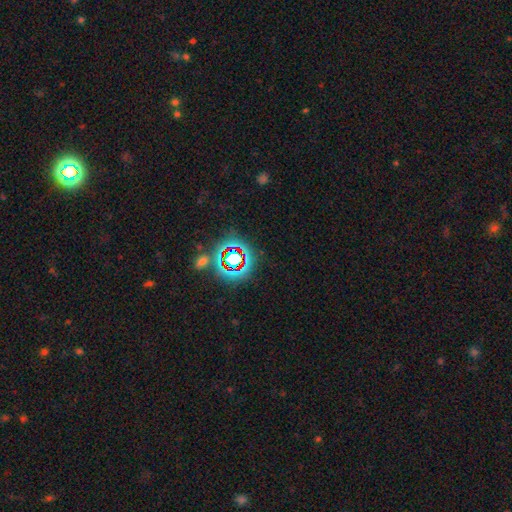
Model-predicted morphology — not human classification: smooth-or-featured: star or artifact: 72% | smooth: 15% | featured or disk: 13%